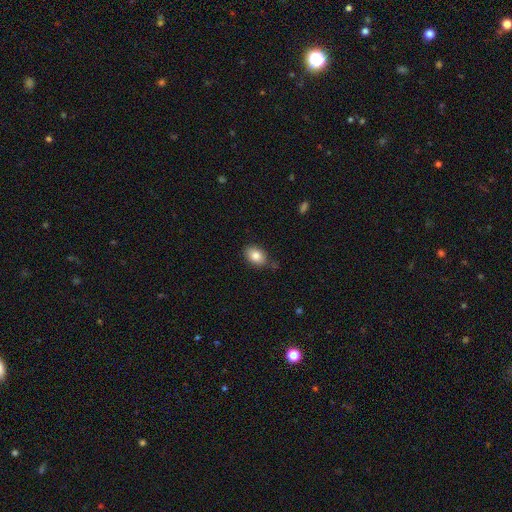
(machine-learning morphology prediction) A smooth galaxy with no disk features (84%) that is in between round and cigar-shaped (80%).

Vote fractions:
- Smooth or featured? smooth: 84% / star or artifact: 8% / featured or disk: 8%
- How rounded? in between: 80% / round: 18% / cigar-shaped: 1%
- Merging? none: 80% / minor disturbance: 15% / merger: 3% / major disturbance: 3%